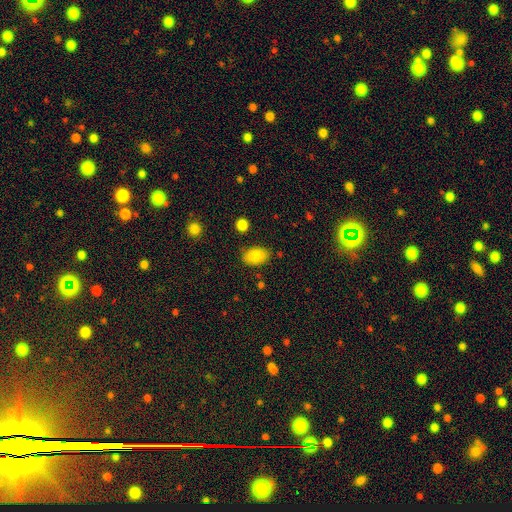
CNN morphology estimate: This appears to be a smooth galaxy with no disk features (85%) that is in between round and cigar-shaped (87%). Merging: none (80%).